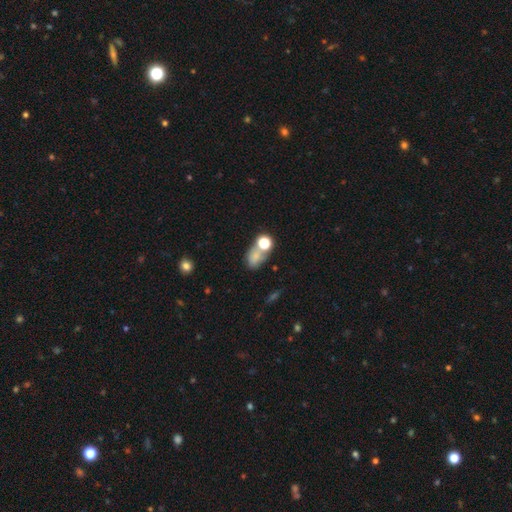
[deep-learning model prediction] Overall: smooth (69%). How rounded: in between (66%; round 32%). Merging: none (38%; merger 36%).